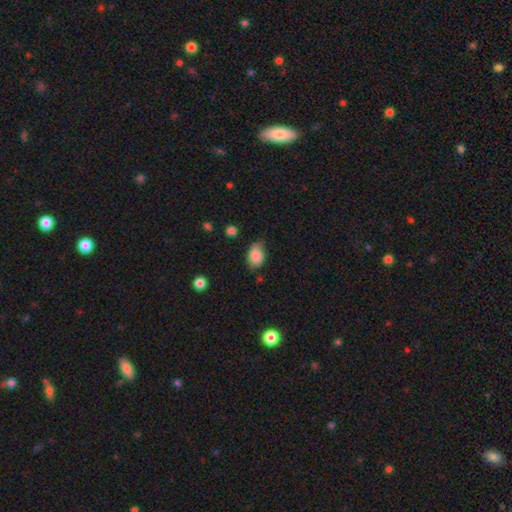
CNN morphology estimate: type=smooth (84%); roundness=in between (79%); merging=none (54%).